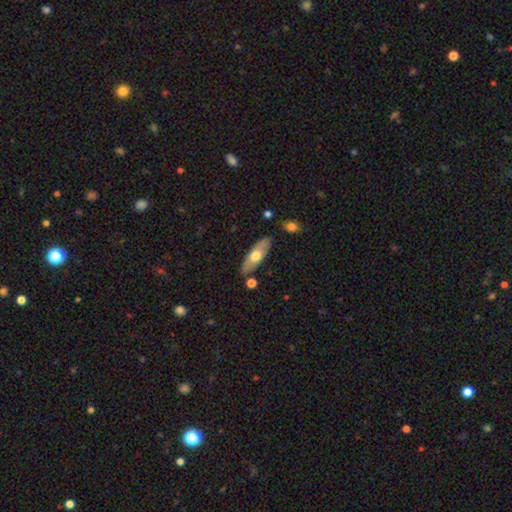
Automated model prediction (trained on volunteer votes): Morphology: type=smooth (56%); roundness=in between (66%); merging=none (83%).